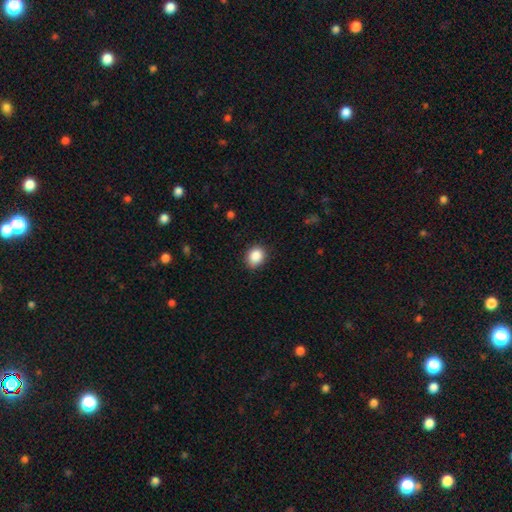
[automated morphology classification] This appears to be a smooth galaxy with no disk features (88%) that is round (61%). Merging: none (84%).